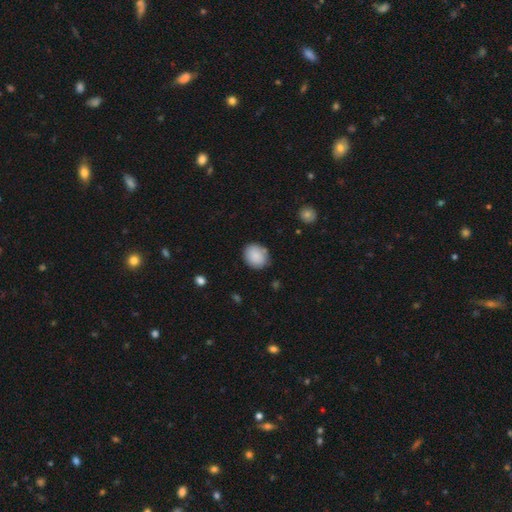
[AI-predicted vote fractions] This is clearly a smooth galaxy (87%). How rounded: possibly round (56%). Merging: clearly none (82%).